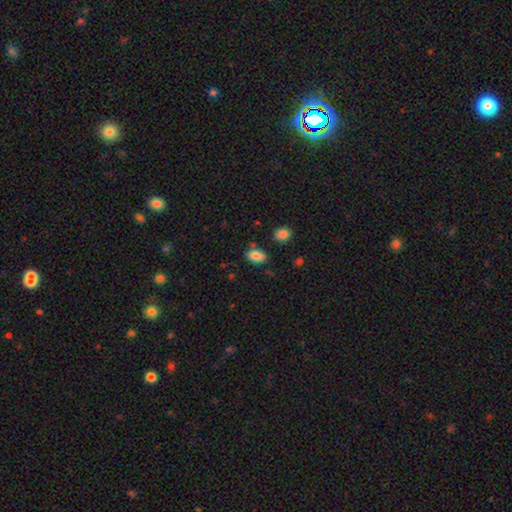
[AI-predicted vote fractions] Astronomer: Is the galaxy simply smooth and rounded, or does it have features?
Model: smooth — 85%.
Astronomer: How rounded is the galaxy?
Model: in between — 90%.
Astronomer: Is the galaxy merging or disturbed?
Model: none — 75%.